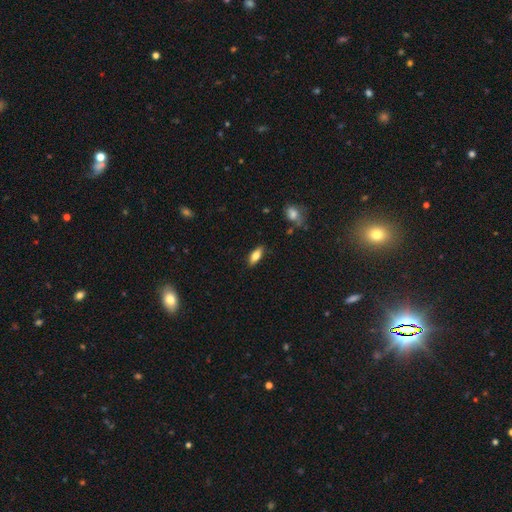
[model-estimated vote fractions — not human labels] The model was most divided on "how rounded": in between: 76%, cigar-shaped: 21%, round: 3%. More confident: merging — none (85%); smooth or featured — smooth (75%).